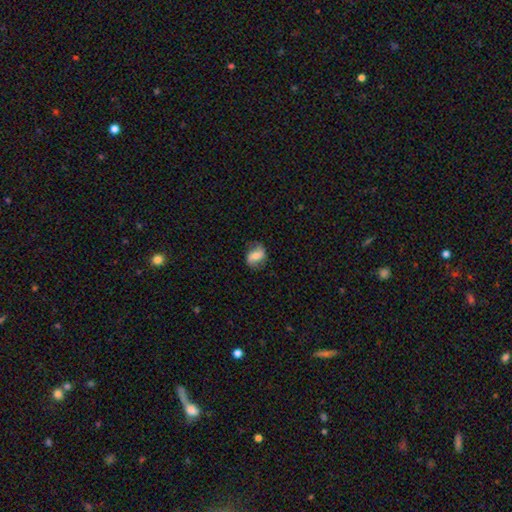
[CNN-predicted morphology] A smooth galaxy with no disk features (52%) that is in between round and cigar-shaped (71%). Merging: none (74%).